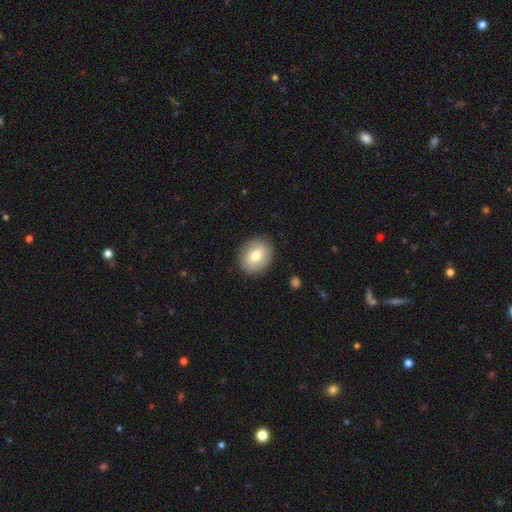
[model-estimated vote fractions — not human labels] Overall: smooth (72%). How rounded: round (58%; in between 41%). Merging: none (88%).